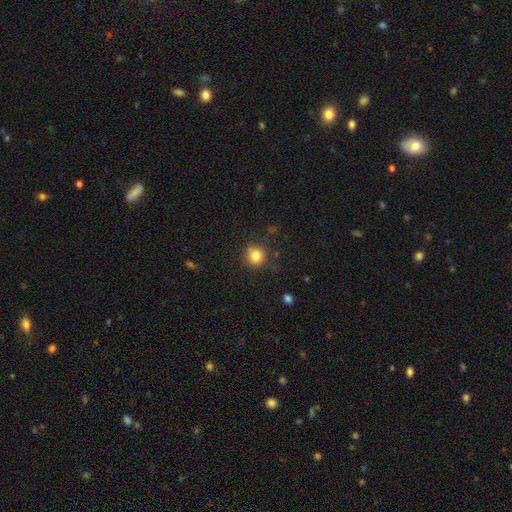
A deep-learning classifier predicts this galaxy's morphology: type=smooth (83%); roundness=round (87%); merging=none (82%).